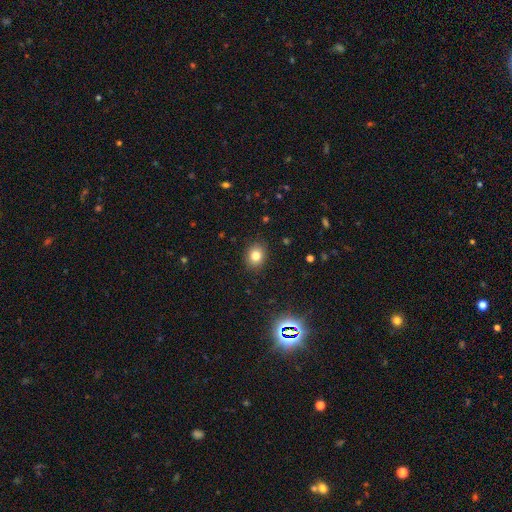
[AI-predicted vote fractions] Q: Smooth or featured?
A: smooth (80%); runner-up: star or artifact (13%)
Q: How rounded?
A: round (62%); runner-up: in between (37%)
Q: Merging?
A: none (89%); runner-up: minor disturbance (7%)